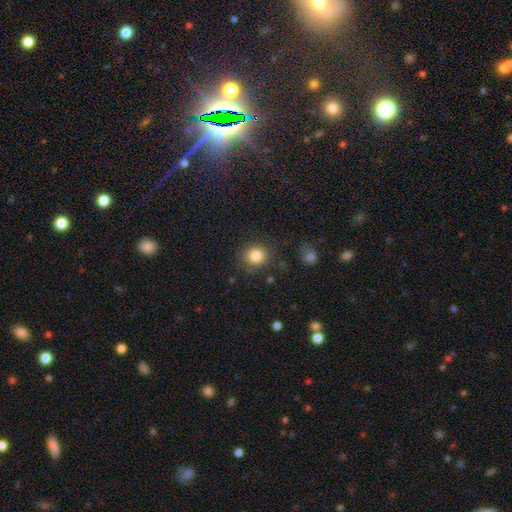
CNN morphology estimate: Overall: smooth (83%). How rounded: round (86%). Merging: none (83%).